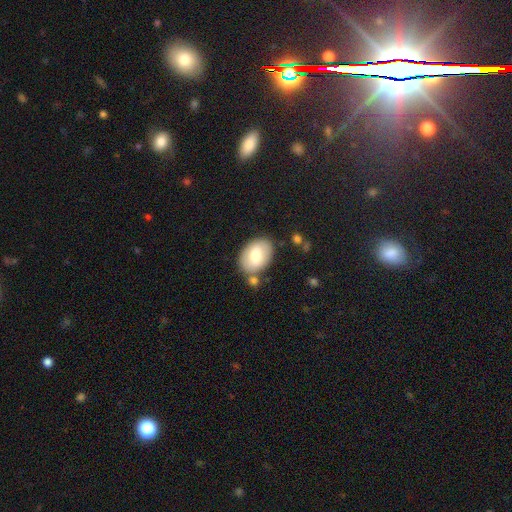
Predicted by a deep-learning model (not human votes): smooth 72%, featured or disk 22%, star or artifact 6%. Down the decision tree: how rounded — in between (83%); merging — none (73%).